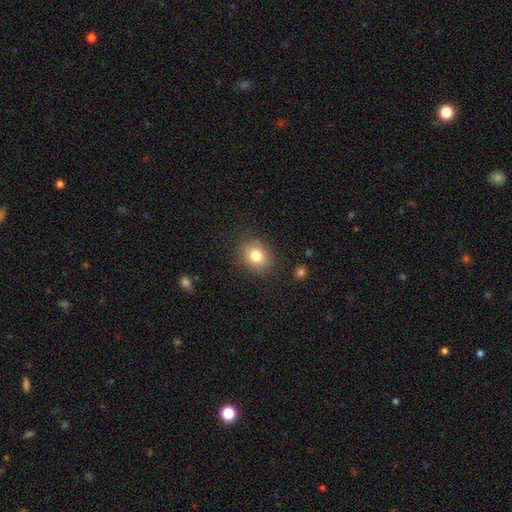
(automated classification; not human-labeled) smooth-or-featured: smooth: 80% | star or artifact: 10% | featured or disk: 9%
  how-rounded: round: 58% | in between: 41% | cigar-shaped: 1%
  merging: none: 86% | minor disturbance: 10% | major disturbance: 3% | merger: 1%